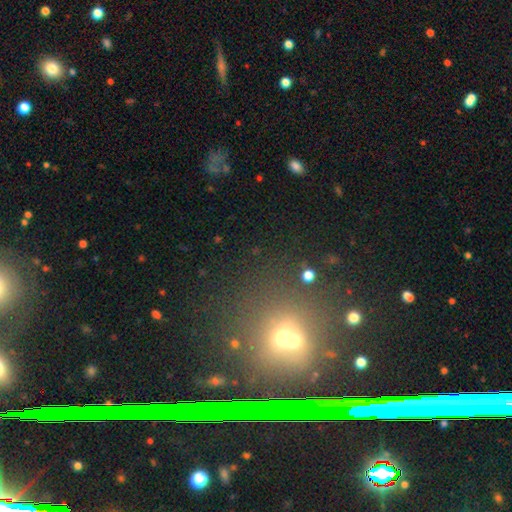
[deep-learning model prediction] The model was most divided on "smooth or featured": star or artifact: 60%, smooth: 27%, featured or disk: 14%.